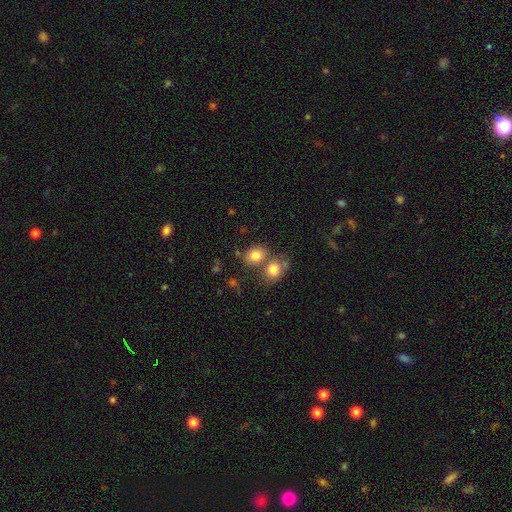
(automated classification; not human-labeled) This is clearly a smooth galaxy (81%). How rounded: possibly round (52%). Merging: possibly none (51%).